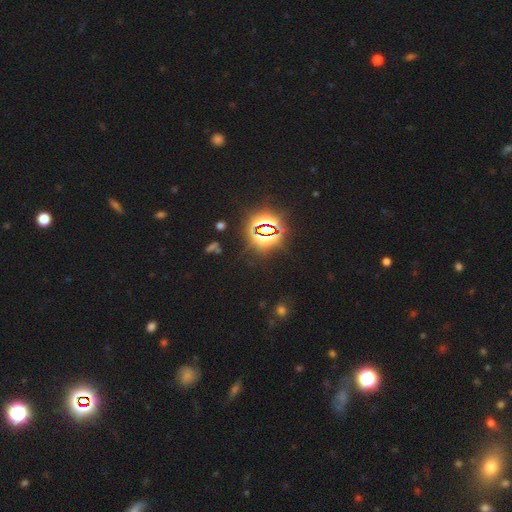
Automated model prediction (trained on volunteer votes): Smooth or featured?
  - star or artifact: 75% *
  - smooth: 19%
  - featured or disk: 6%